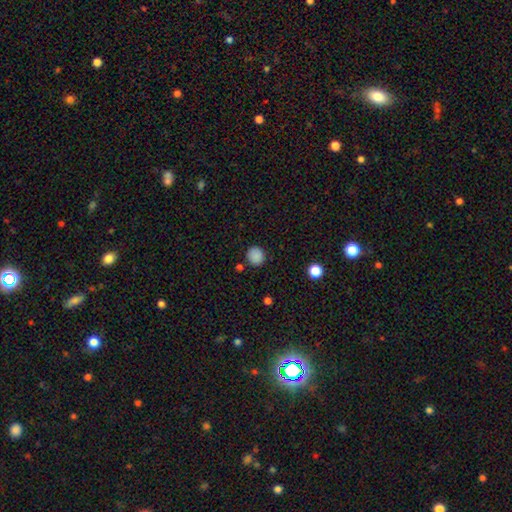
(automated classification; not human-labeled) Overall: smooth (86%). How rounded: round (90%). Merging: none (85%).